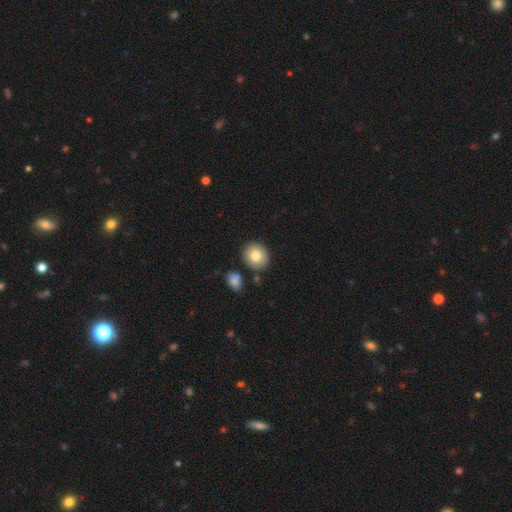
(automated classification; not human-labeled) Smooth or featured? Predicted: smooth (p=0.82). How rounded? Predicted: round (p=0.75). Merging? Predicted: none (p=0.84).